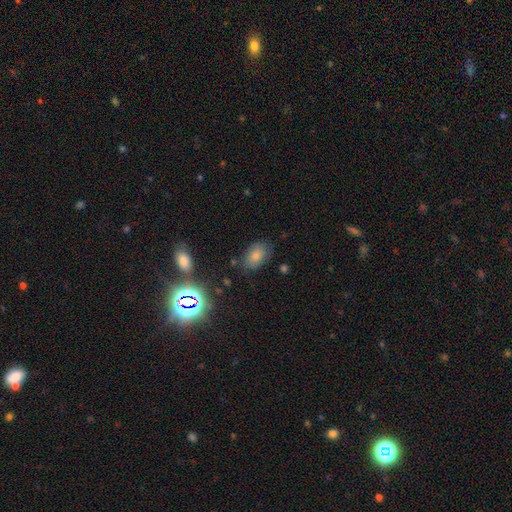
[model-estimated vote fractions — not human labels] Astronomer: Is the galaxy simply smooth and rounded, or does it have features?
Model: smooth — 77%.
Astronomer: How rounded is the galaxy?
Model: in between — 86%.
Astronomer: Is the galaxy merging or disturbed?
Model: none — 74%.